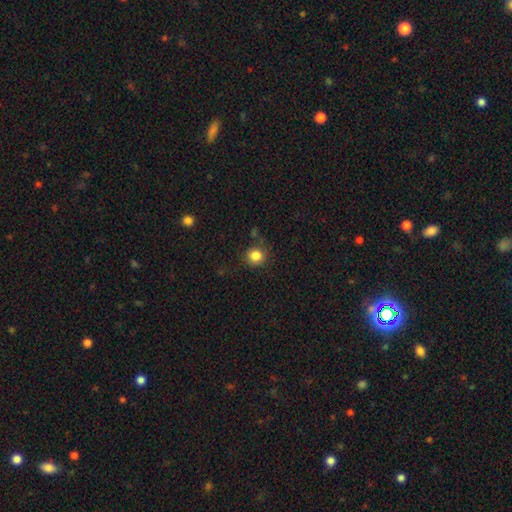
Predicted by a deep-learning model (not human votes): Smooth or featured? smooth (84%)
How rounded? round (89%)
Merging? none (84%)